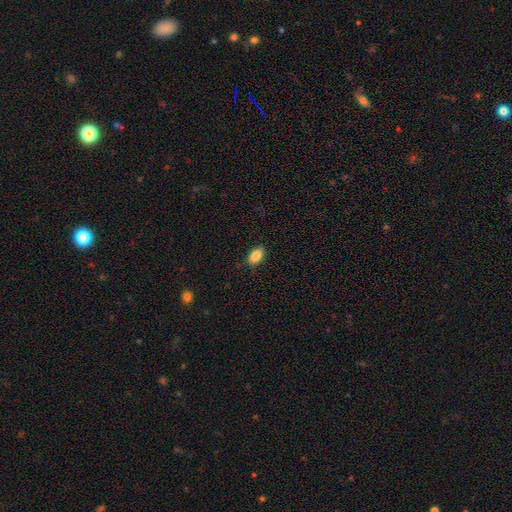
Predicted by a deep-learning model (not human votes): A smooth galaxy with no disk features (88%) that is in between round and cigar-shaped (90%). Merging: none (87%).